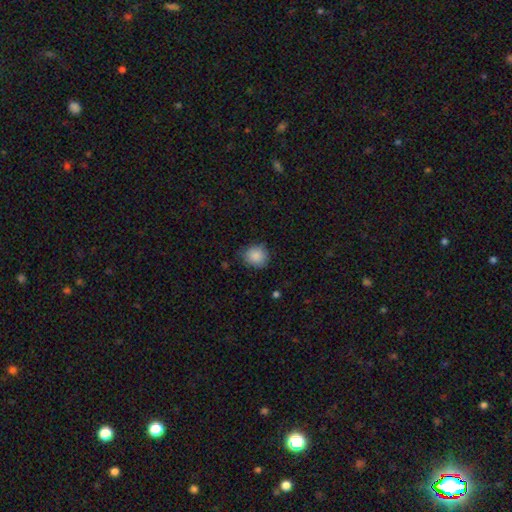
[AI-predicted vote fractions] A smooth galaxy with no disk features (87%) that is round (85%). Merging: none (77%).